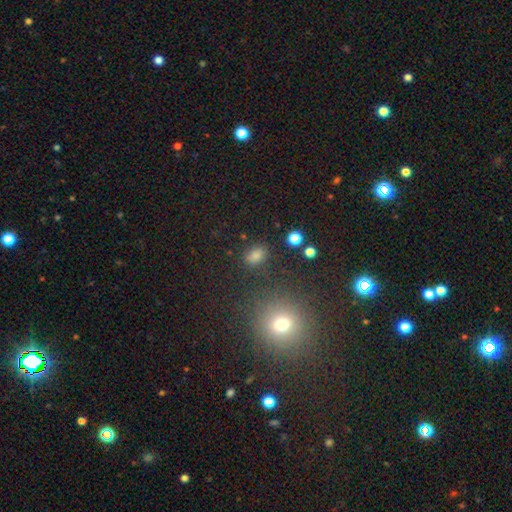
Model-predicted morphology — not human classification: The model was most divided on "how rounded": in between: 66%, round: 32%, cigar-shaped: 2%. More confident: merging — none (81%); smooth or featured — smooth (71%).